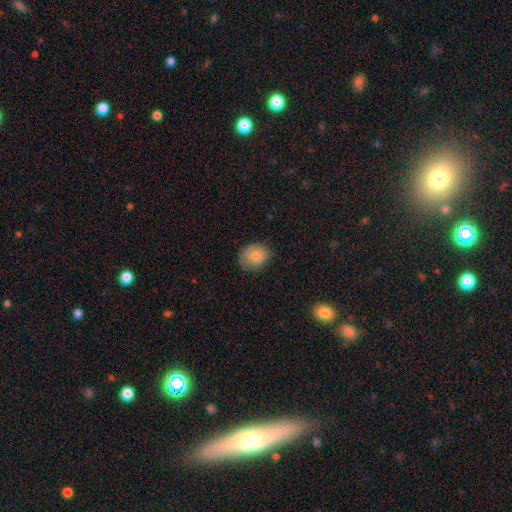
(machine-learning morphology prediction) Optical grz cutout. It shows a smooth galaxy with no disk features (78%) that is round (64%). Merging: none (65%).